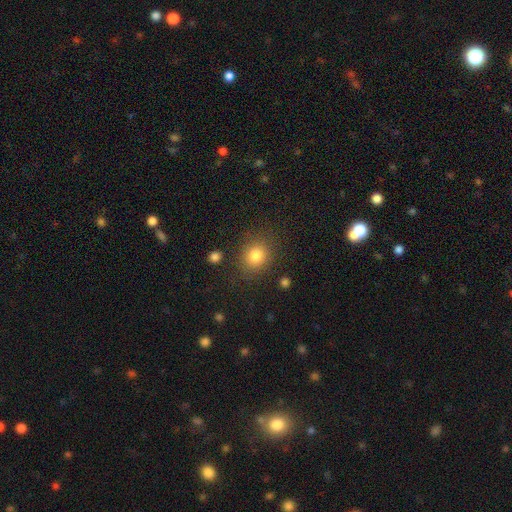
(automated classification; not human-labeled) This appears to be a smooth galaxy with no disk features (82%) that is round (72%). Merging: none (83%).